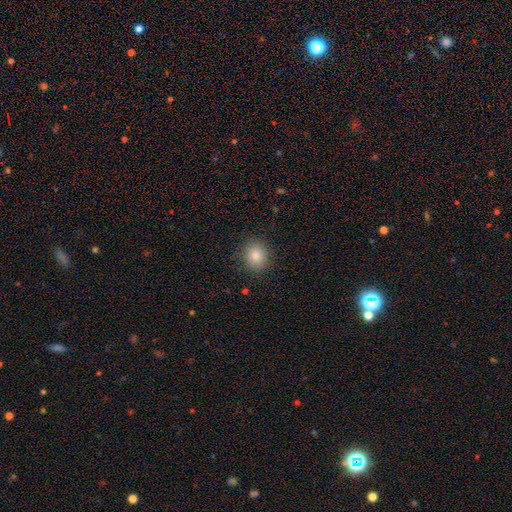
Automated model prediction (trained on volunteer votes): Smooth or featured? smooth (85%)
How rounded? round (79%)
Merging? none (88%)